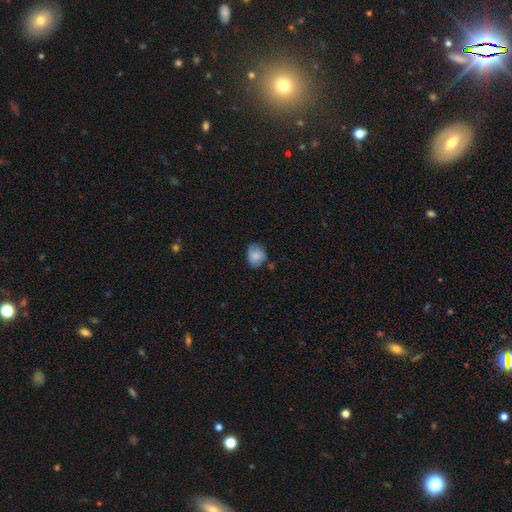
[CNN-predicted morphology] Smooth or featured? Predicted: smooth (p=0.77). How rounded? Predicted: round (p=0.57). Merging? Predicted: none (p=0.62).